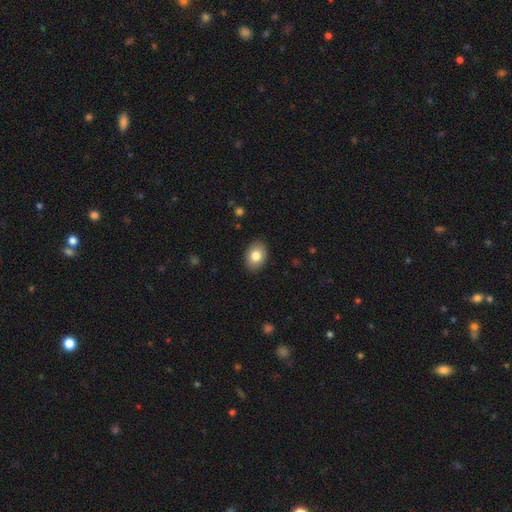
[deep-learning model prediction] Smooth or featured? smooth (82%)
How rounded? in between (74%)
Merging? none (88%)